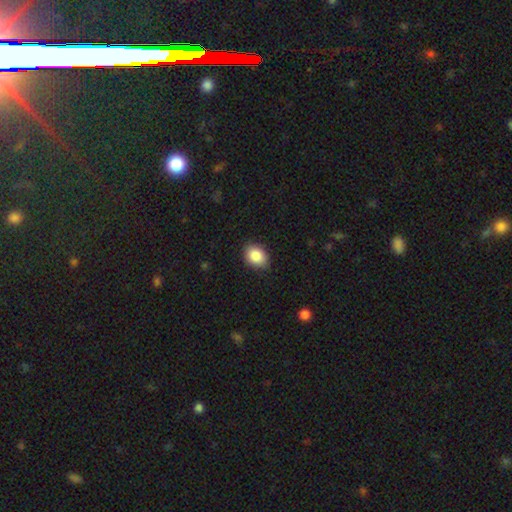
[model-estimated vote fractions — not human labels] Overall: smooth (88%). How rounded: in between (68%; round 31%). Merging: none (85%).